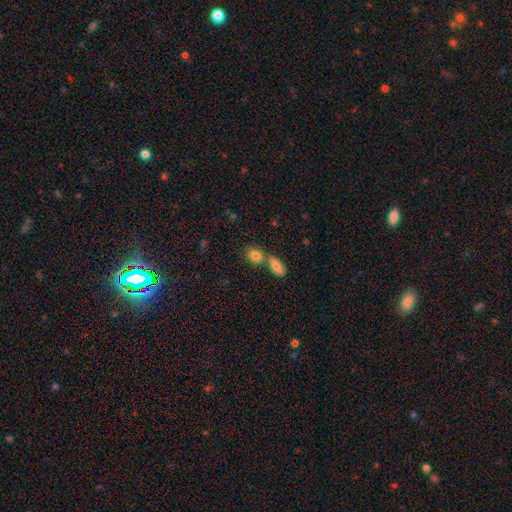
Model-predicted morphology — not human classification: smooth_or_featured: smooth (p=0.82) [alt: featured or disk p=0.10]
how_rounded: in between (p=0.65) [alt: round p=0.31]
merging: merger (p=0.44) [alt: none p=0.43]